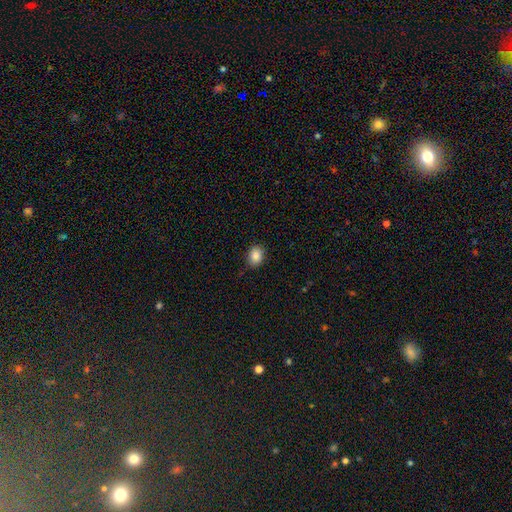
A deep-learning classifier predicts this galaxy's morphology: A smooth galaxy with no disk features (86%) that is in between round and cigar-shaped (50%). Merging: none (87%).